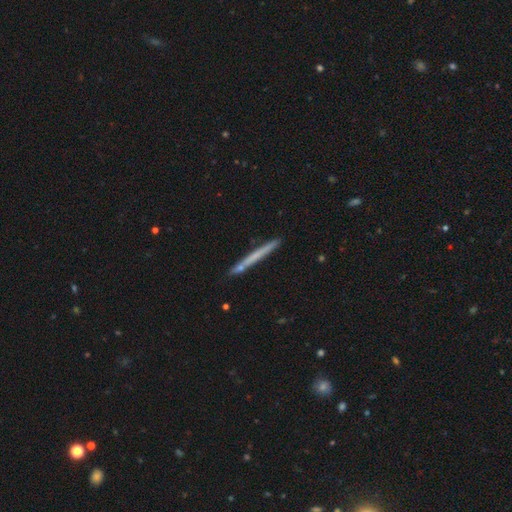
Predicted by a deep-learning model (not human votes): A smooth galaxy with no disk features (53%) that is cigar-shaped (97%).

Vote fractions:
- Smooth or featured? smooth: 53% / featured or disk: 41% / star or artifact: 6%
- How rounded? cigar-shaped: 97% / in between: 2% / round: 1%
- Merging? none: 85% / minor disturbance: 10% / merger: 3% / major disturbance: 2%